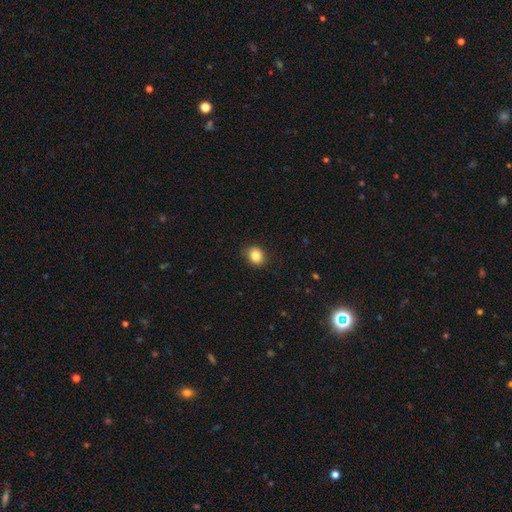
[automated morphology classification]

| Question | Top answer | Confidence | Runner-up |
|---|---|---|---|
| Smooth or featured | smooth | 84% | star or artifact (11%) |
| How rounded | round | 70% | in between (29%) |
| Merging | none | 88% | minor disturbance (9%) |